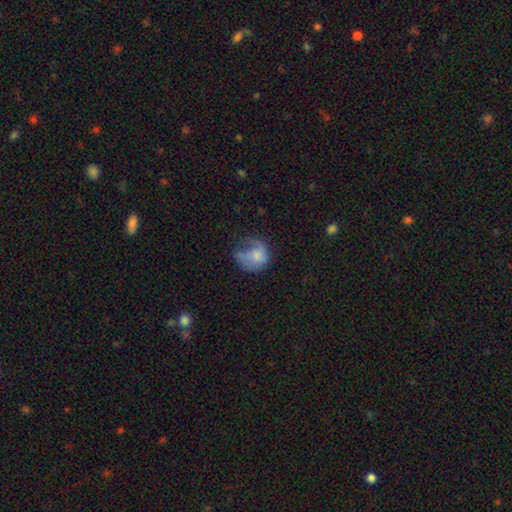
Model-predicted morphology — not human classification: type=smooth (63%); roundness=round (60%); merging=major disturbance (46%).